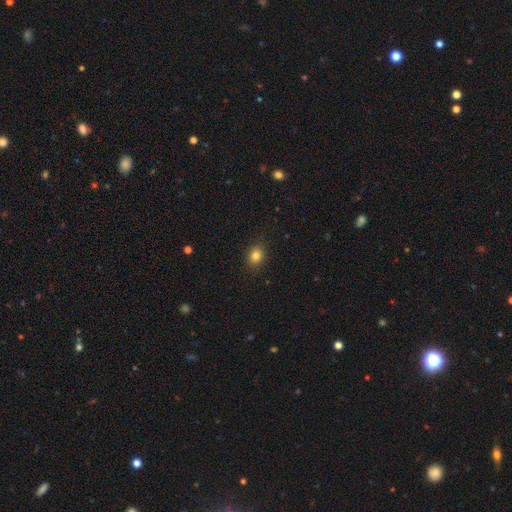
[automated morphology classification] Smooth or featured?
  - smooth: 82% *
  - star or artifact: 12%
  - featured or disk: 6%
How rounded?
  - round: 50% *
  - in between: 49%
  - cigar-shaped: 1%
Merging?
  - none: 87% *
  - minor disturbance: 10%
  - major disturbance: 2%
  - merger: 1%